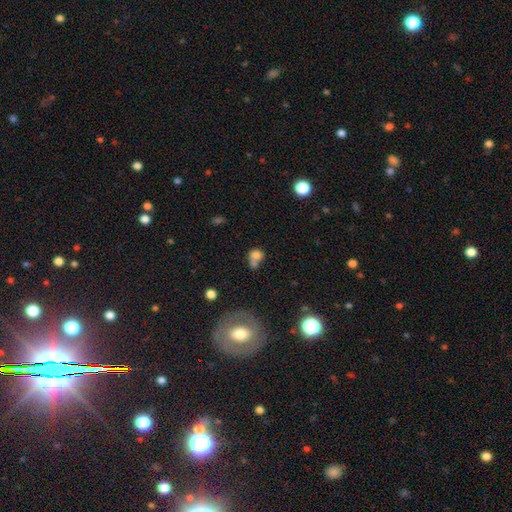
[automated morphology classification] smooth_or_featured: smooth (p=0.75) [alt: featured or disk p=0.13]
how_rounded: round (p=0.64) [alt: in between p=0.35]
merging: merger (p=0.52) [alt: none p=0.29]